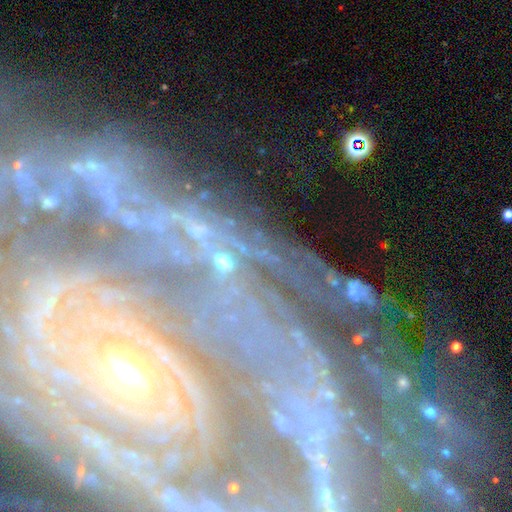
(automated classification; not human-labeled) featured or disk 64%, star or artifact 24%, smooth 11%. Down the decision tree: edge-on disk — no (88%); bar — no (49%); spiral arms — yes (90%); spiral arm count — can't tell (28%); spiral winding — tight (76%); bulge size — small (52%); merging — none (69%).